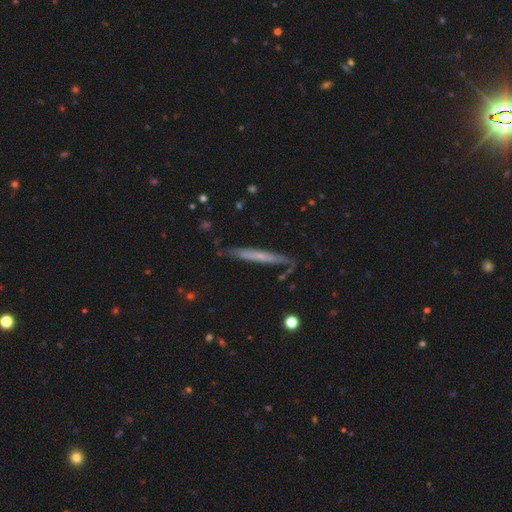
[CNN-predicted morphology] The model was most divided on "smooth or featured": featured or disk: 49%, smooth: 44%, star or artifact: 7%. More confident: merging — none (76%).